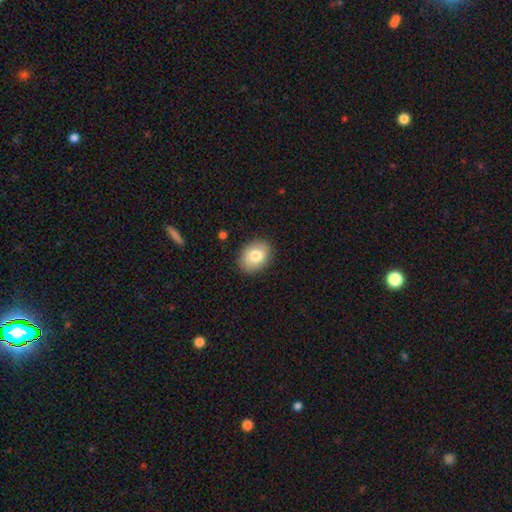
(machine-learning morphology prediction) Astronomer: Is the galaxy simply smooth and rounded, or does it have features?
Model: smooth — 80%.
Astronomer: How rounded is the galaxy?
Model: in between — 72%.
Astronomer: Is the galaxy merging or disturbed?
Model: none — 87%.